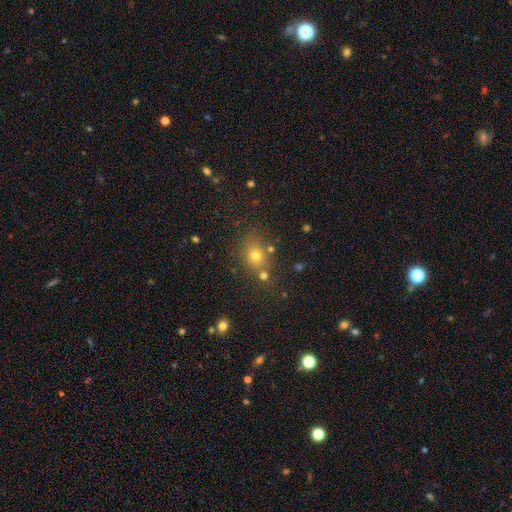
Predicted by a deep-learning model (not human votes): This is likely a smooth galaxy (69%). How rounded: likely round (61%). Merging: likely none (69%).